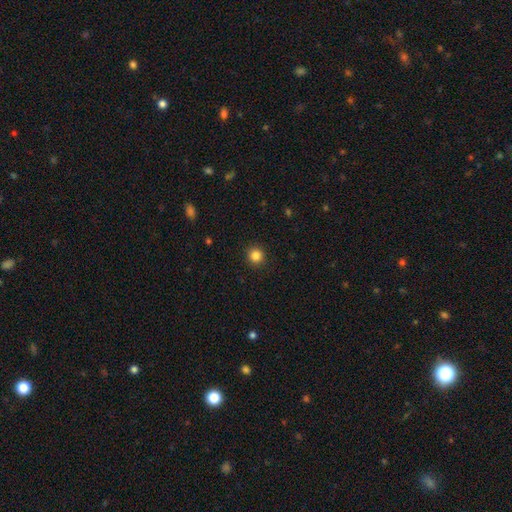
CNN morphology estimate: Smooth or featured: smooth — 85% (star or artifact — 11%)
How rounded: round — 94% (in between — 5%)
Merging: none — 92% (minor disturbance — 5%)